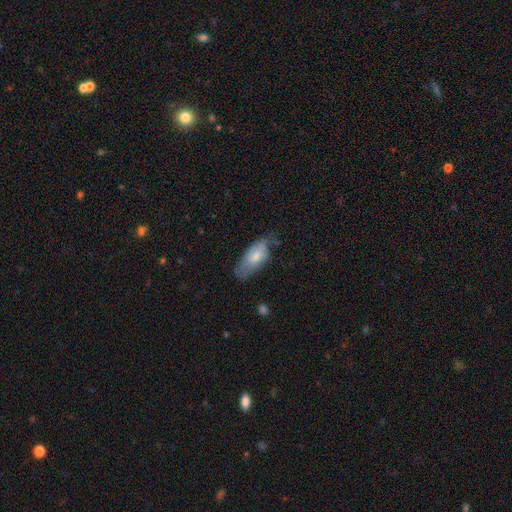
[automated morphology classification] This appears to be a smooth galaxy with no disk features (69%) that is in between round and cigar-shaped (86%). Merging: none (47%).